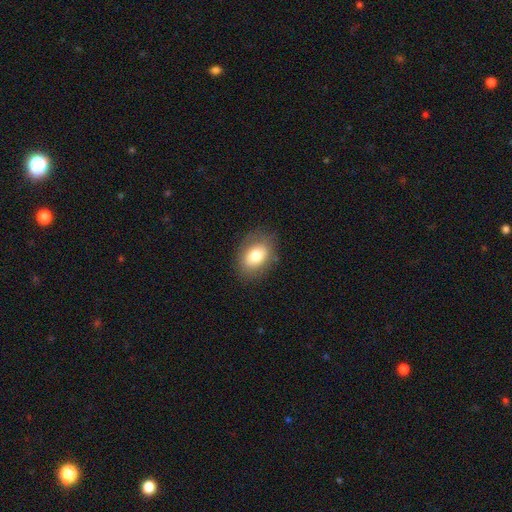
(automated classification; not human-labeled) smooth-or-featured: smooth: 76% | featured or disk: 16% | star or artifact: 8%
  how-rounded: in between: 78% | round: 21% | cigar-shaped: 1%
  merging: none: 80% | minor disturbance: 14% | major disturbance: 5% | merger: 1%